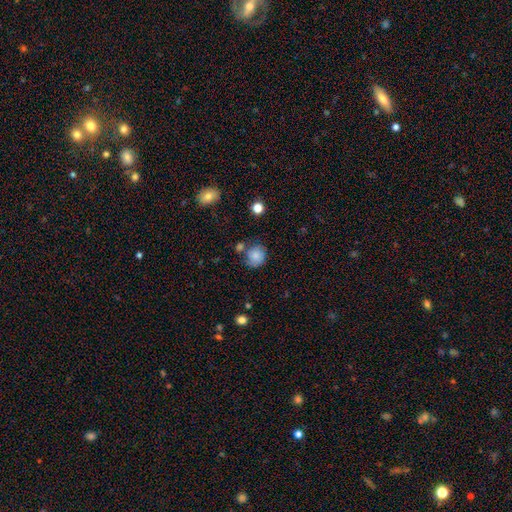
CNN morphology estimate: A smooth galaxy with no disk features (80%) that is round (79%).

Vote fractions:
- Smooth or featured? smooth: 80% / featured or disk: 11% / star or artifact: 9%
- How rounded? round: 79% / in between: 20% / cigar-shaped: 1%
- Merging? none: 61% / minor disturbance: 20% / merger: 12% / major disturbance: 6%